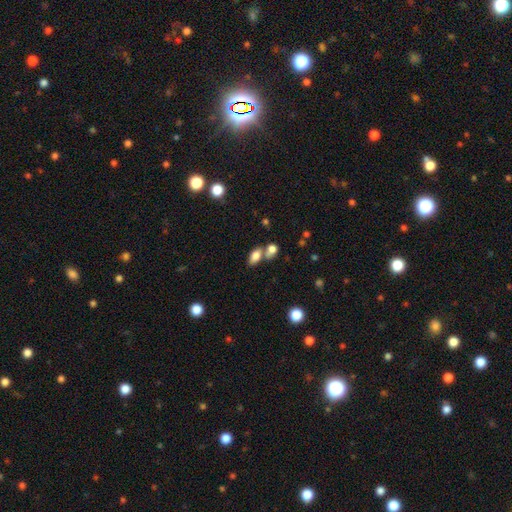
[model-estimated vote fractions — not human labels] smooth 80%, featured or disk 11%, star or artifact 10%. Down the decision tree: how rounded — in between (86%); merging — none (46%).